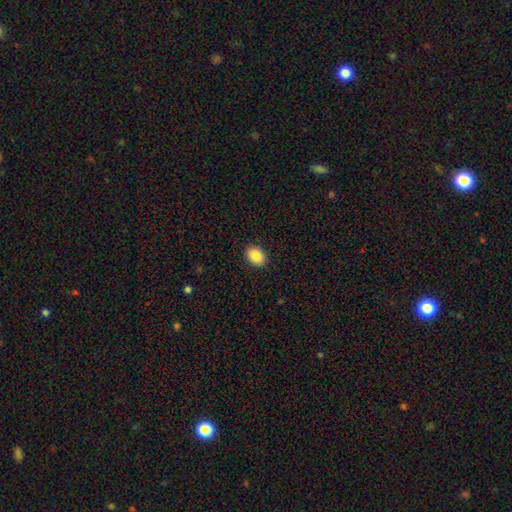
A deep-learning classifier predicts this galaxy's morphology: This appears to be a smooth galaxy with no disk features (87%) that is in between round and cigar-shaped (69%). Merging: none (90%).